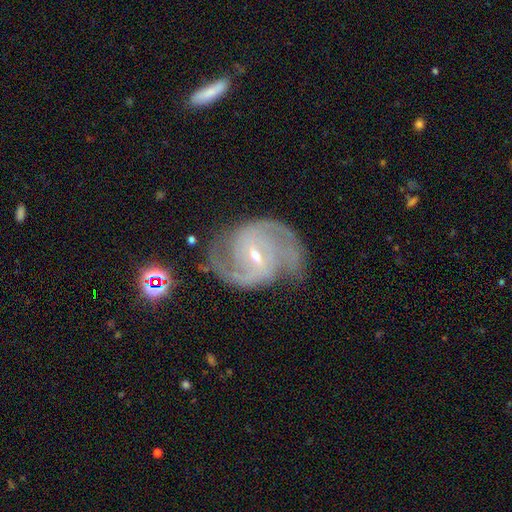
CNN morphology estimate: featured or disk 90%, star or artifact 6%, smooth 4%. Down the decision tree: edge-on disk — no (97%); bar — weak (52%); spiral arms — yes (97%); spiral arm count — 2 (80%); spiral winding — medium (52%); bulge size — small (66%); merging — none (72%).